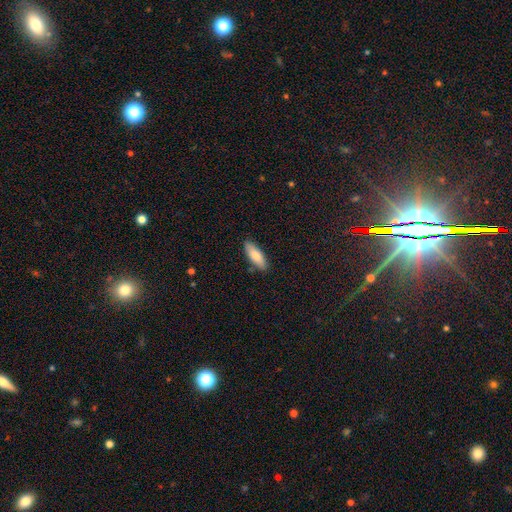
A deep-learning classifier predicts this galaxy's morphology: Q: Smooth or featured?
A: smooth (80%); runner-up: featured or disk (14%)
Q: How rounded?
A: in between (65%); runner-up: cigar-shaped (33%)
Q: Merging?
A: none (86%); runner-up: minor disturbance (11%)